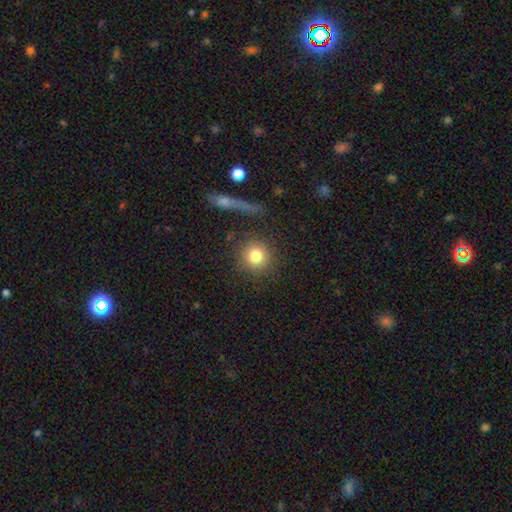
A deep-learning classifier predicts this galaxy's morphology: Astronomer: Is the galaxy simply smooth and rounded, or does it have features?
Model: smooth — 80%.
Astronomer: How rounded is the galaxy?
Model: round — 92%.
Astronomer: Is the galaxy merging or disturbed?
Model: none — 85%.